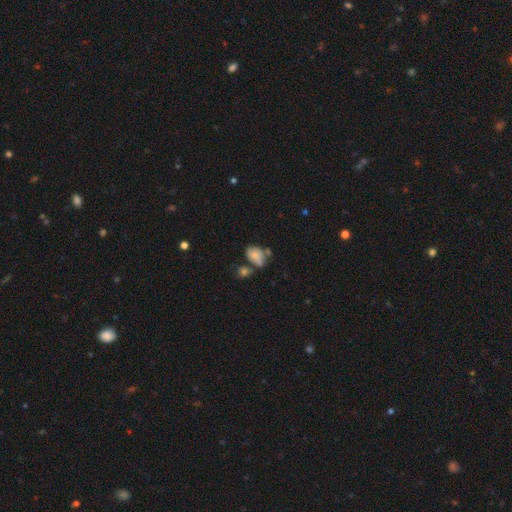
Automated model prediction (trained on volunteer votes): Smooth or featured?
  - smooth: 71% *
  - featured or disk: 18%
  - star or artifact: 11%
How rounded?
  - in between: 77% *
  - round: 22%
  - cigar-shaped: 1%
Merging?
  - none: 36% *
  - merger: 30%
  - minor disturbance: 23%
  - major disturbance: 12%